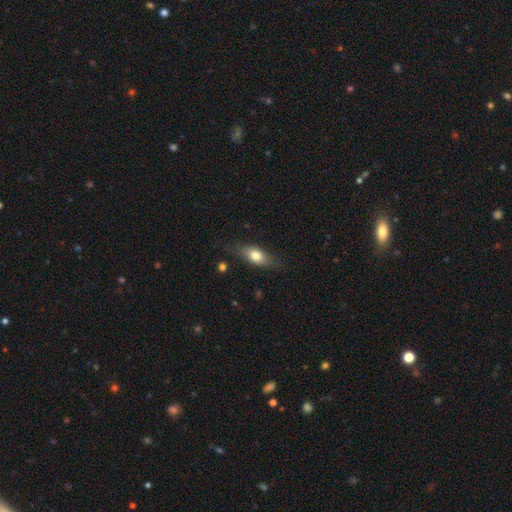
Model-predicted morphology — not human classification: smooth_or_featured: smooth (p=0.74) [alt: featured or disk p=0.19]
how_rounded: in between (p=0.78) [alt: cigar-shaped p=0.16]
merging: none (p=0.75) [alt: minor disturbance p=0.19]